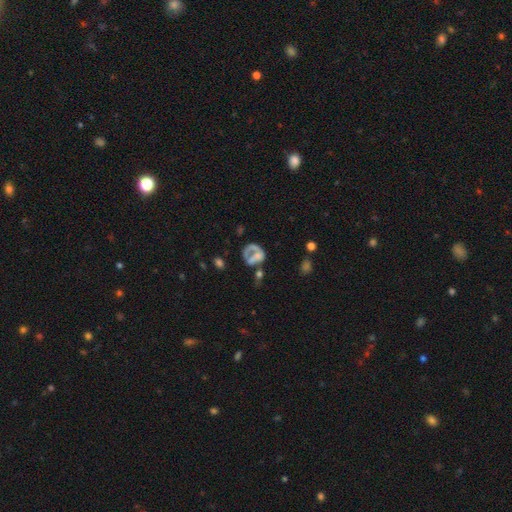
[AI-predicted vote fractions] A featured or disk galaxy (48%). Merging: major disturbance (35%).